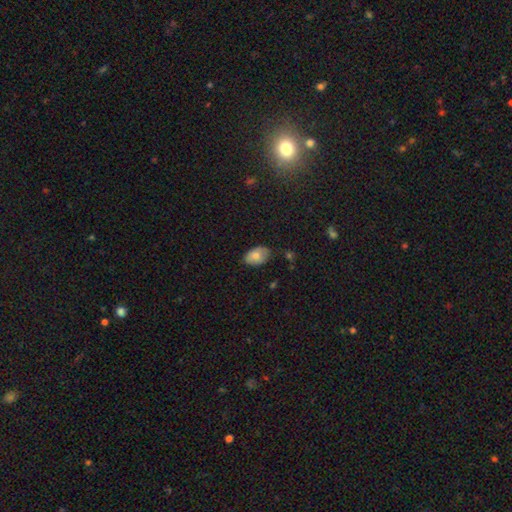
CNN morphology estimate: Smooth or featured: smooth — 76% (featured or disk — 17%)
How rounded: in between — 90% (round — 9%)
Merging: none — 77% (minor disturbance — 19%)